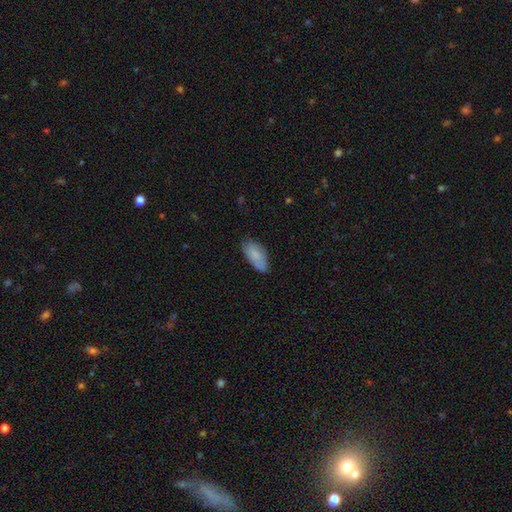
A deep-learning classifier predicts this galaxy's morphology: Q: Smooth or featured?
A: smooth (82%); runner-up: featured or disk (12%)
Q: How rounded?
A: in between (90%); runner-up: cigar-shaped (8%)
Q: Merging?
A: none (72%); runner-up: minor disturbance (22%)